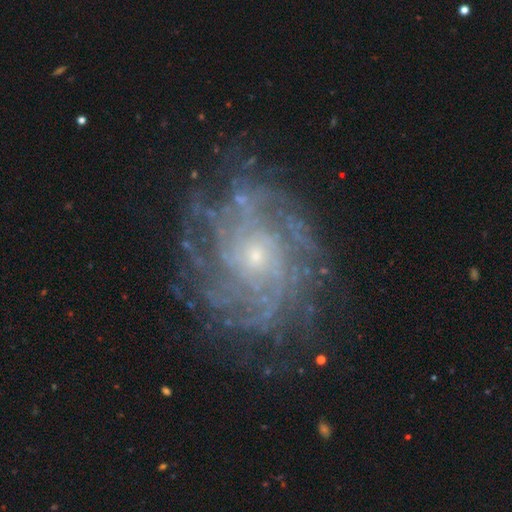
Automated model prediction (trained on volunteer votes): Smooth or featured?
  - featured or disk: 87% *
  - star or artifact: 7%
  - smooth: 6%
Edge-on disk?
  - no: 97% *
  - yes: 3%
Bar?
  - no: 77% *
  - weak: 18%
  - strong: 5%
Spiral arms?
  - yes: 95% *
  - no: 5%
Spiral winding?
  - tight: 68% *
  - medium: 25%
  - loose: 7%
Spiral arm count?
  - can't tell: 33% *
  - more than 4: 24%
  - 4: 16%
  - 3: 10%
  - 2: 9%
  - 1: 8%
Bulge size?
  - small: 76% *
  - moderate: 20%
  - none: 2%
  - large: 1%
  - dominant: 1%
Merging?
  - none: 77% *
  - minor disturbance: 14%
  - major disturbance: 7%
  - merger: 1%